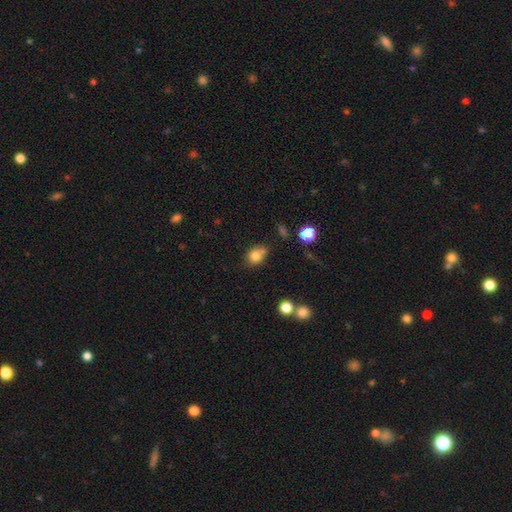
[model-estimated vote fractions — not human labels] Smooth or featured? smooth (79%)
How rounded? round (56%)
Merging? none (53%)